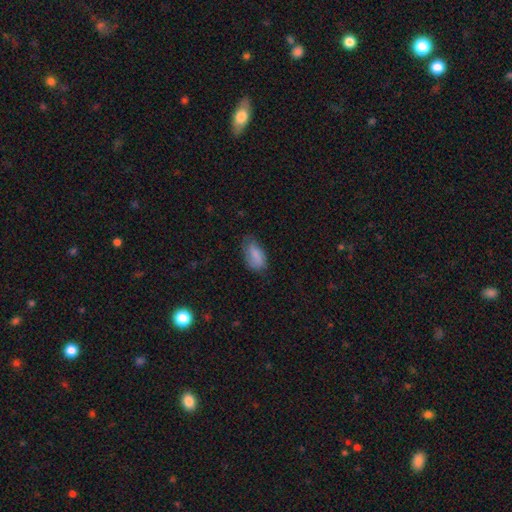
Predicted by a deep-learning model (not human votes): smooth-or-featured: smooth: 82% | featured or disk: 11% | star or artifact: 7%
  how-rounded: in between: 92% | cigar-shaped: 4% | round: 4%
  merging: none: 60% | minor disturbance: 30% | major disturbance: 8% | merger: 1%